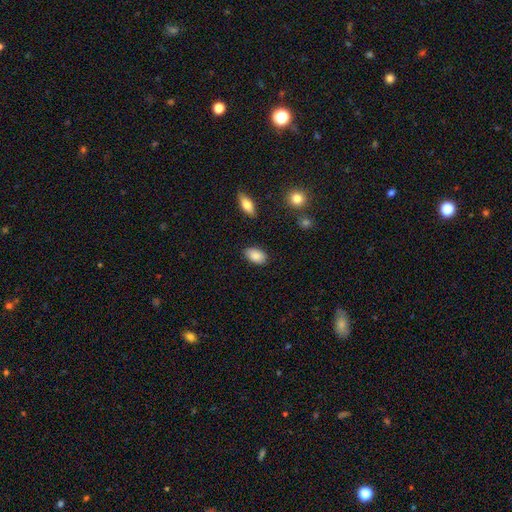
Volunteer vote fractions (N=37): Smooth or featured: smooth — 81% (featured or disk — 11%)
How rounded: in between — 90% (cigar-shaped — 7%)
Merging: none — 71% (minor disturbance — 26%)